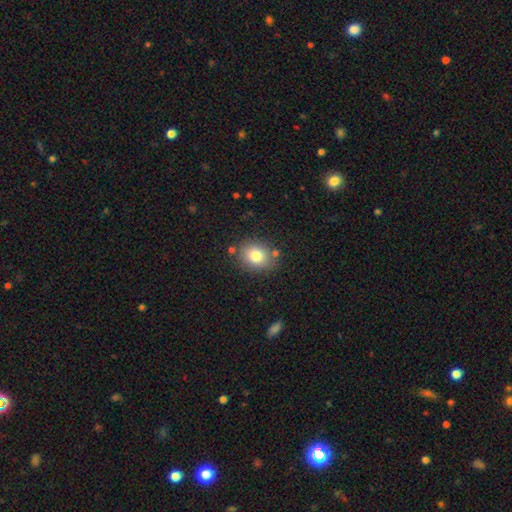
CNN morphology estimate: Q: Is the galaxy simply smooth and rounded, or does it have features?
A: smooth — 80%.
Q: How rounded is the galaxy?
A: round — 52%.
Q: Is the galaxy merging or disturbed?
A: none — 79%.